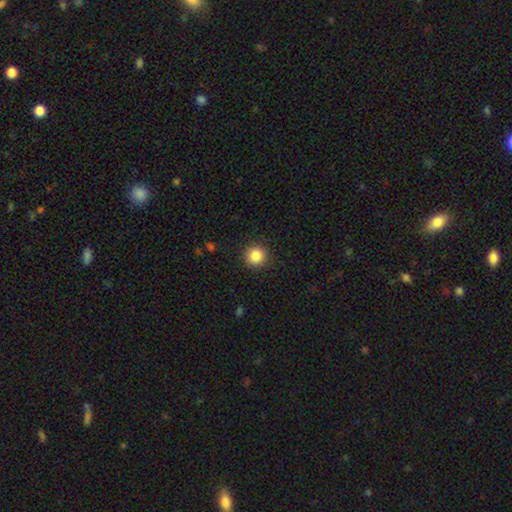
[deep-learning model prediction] Morphology: type=smooth (86%); roundness=round (95%); merging=none (91%).